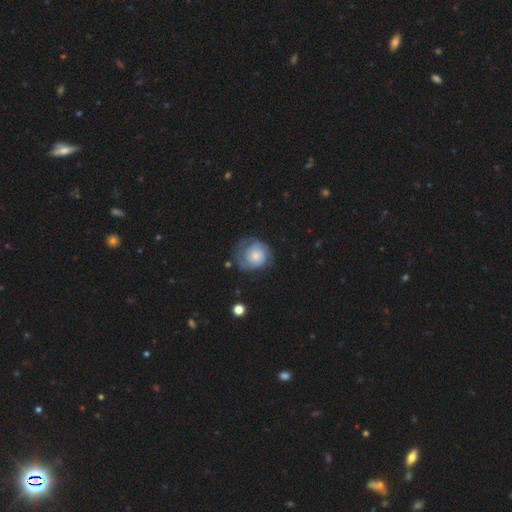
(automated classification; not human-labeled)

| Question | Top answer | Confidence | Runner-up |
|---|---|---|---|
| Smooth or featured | featured or disk | 71% | smooth (23%) |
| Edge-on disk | no | 98% | yes (2%) |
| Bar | no | 79% | weak (18%) |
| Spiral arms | yes | 92% | no (8%) |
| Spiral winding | tight | 64% | medium (27%) |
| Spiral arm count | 2 | 51% | can't tell (21%) |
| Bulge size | small | 51% | moderate (32%) |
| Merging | none | 64% | minor disturbance (21%) |